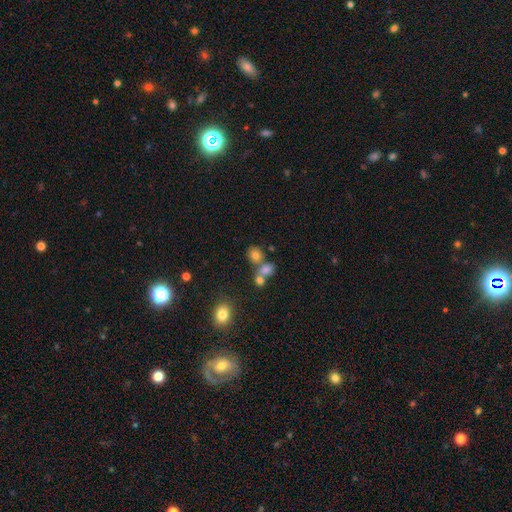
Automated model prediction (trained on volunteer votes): Smooth or featured?
  - smooth: 75% *
  - star or artifact: 15%
  - featured or disk: 10%
How rounded?
  - round: 72% *
  - in between: 27%
  - cigar-shaped: 1%
Merging?
  - none: 54% *
  - merger: 32%
  - minor disturbance: 10%
  - major disturbance: 4%